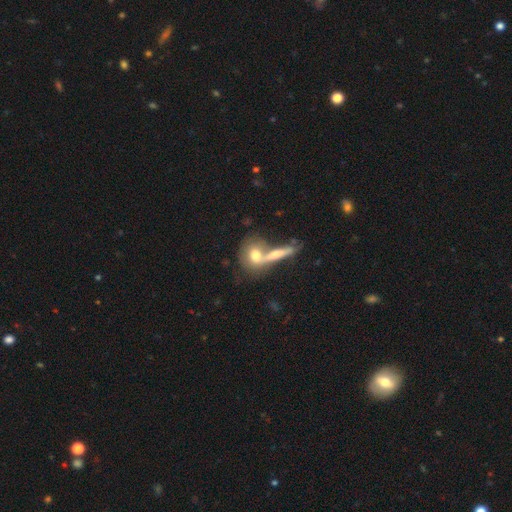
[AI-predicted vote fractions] The model was most divided on "merging": merger: 47%, none: 37%, minor disturbance: 11%, major disturbance: 6%. More confident: smooth or featured — smooth (64%); how rounded — round (52%).